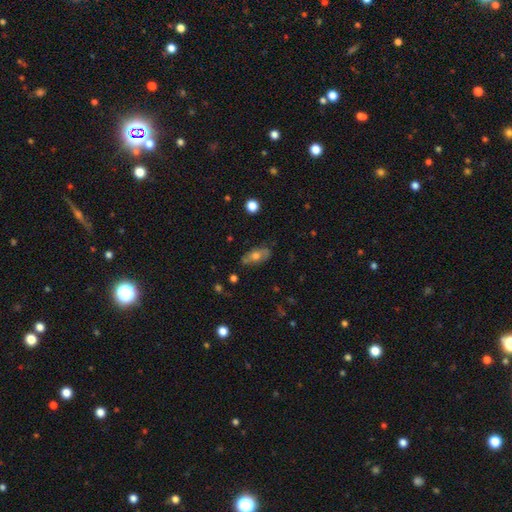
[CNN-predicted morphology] Q: Smooth or featured?
A: smooth (55%); runner-up: featured or disk (37%)
Q: How rounded?
A: in between (83%); runner-up: cigar-shaped (11%)
Q: Merging?
A: none (75%); runner-up: minor disturbance (18%)